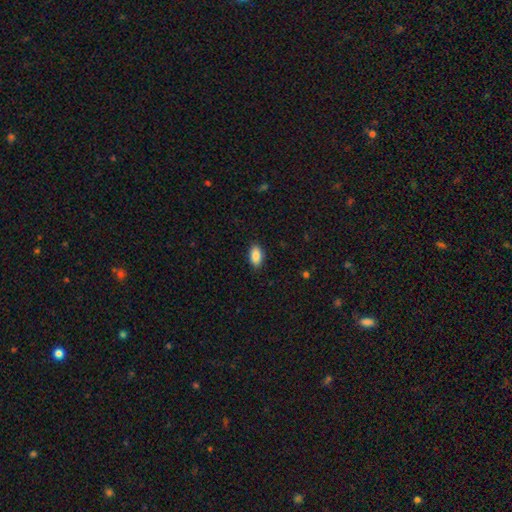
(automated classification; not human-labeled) A smooth galaxy with no disk features (89%) that is in between round and cigar-shaped (93%). Merging: none (88%).